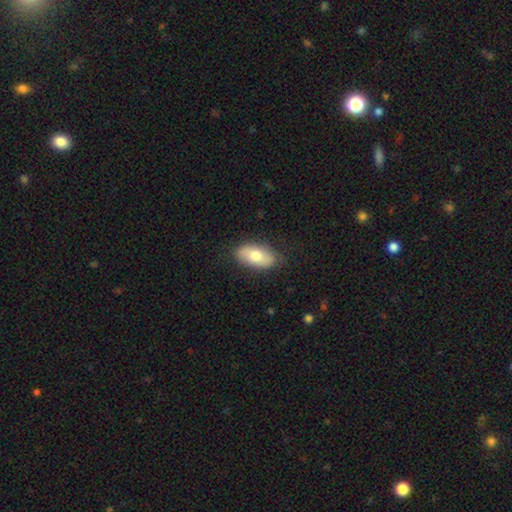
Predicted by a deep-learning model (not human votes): smooth-or-featured: smooth: 73% | featured or disk: 21% | star or artifact: 6%
  how-rounded: in between: 92% | round: 4% | cigar-shaped: 4%
  merging: none: 83% | minor disturbance: 13% | major disturbance: 3% | merger: 1%